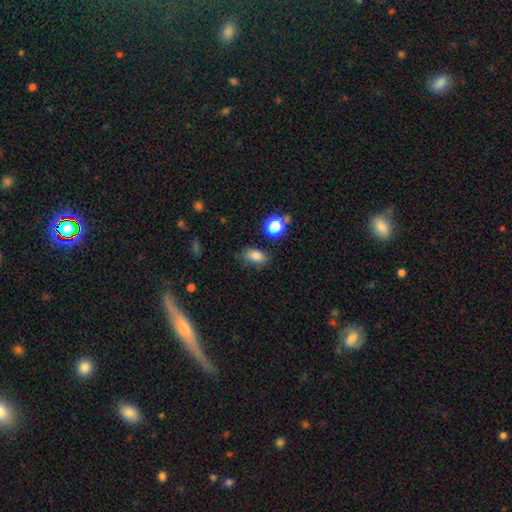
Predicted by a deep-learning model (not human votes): A smooth galaxy with no disk features (83%) that is in between round and cigar-shaped (84%).

Vote fractions:
- Smooth or featured? smooth: 83% / star or artifact: 11% / featured or disk: 6%
- How rounded? in between: 84% / round: 13% / cigar-shaped: 2%
- Merging? none: 72% / minor disturbance: 19% / major disturbance: 5% / merger: 4%